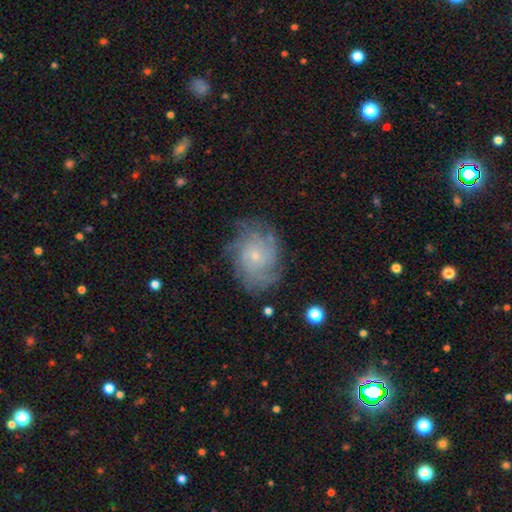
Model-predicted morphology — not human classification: The model was most divided on "spiral arm count": can't tell: 41%, 4: 17%, 3: 13%, 2: 11%, more than 4: 10%, 1: 7%. More confident: edge-on disk — no (97%); spiral arms — yes (92%); bulge size — small (79%); bar — no (79%); smooth or featured — featured or disk (77%); merging — none (70%); spiral winding — tight (58%).